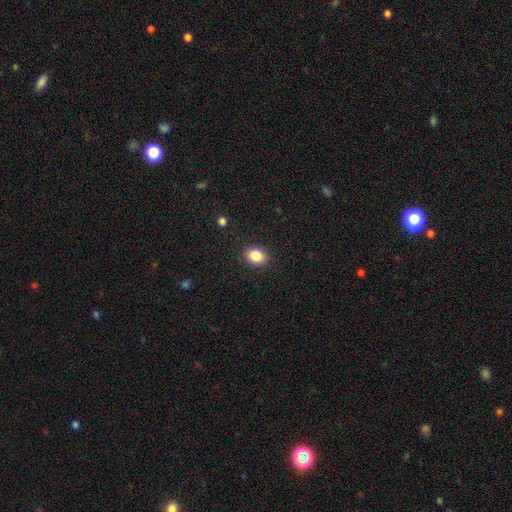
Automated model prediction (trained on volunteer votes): Smooth or featured? smooth (86%)
How rounded? in between (60%)
Merging? none (89%)